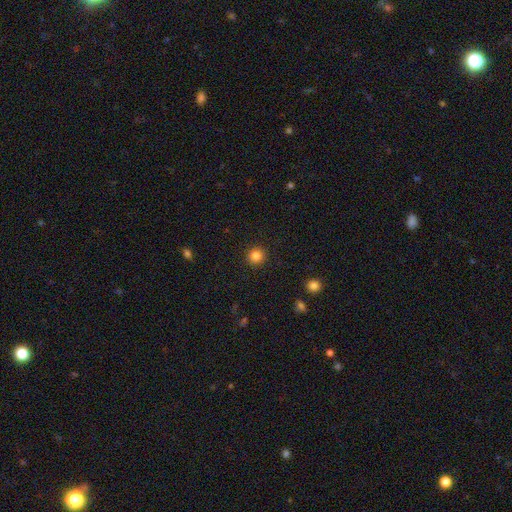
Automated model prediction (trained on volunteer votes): Smooth or featured? Predicted: smooth (p=0.84). How rounded? Predicted: round (p=0.94). Merging? Predicted: none (p=0.92).